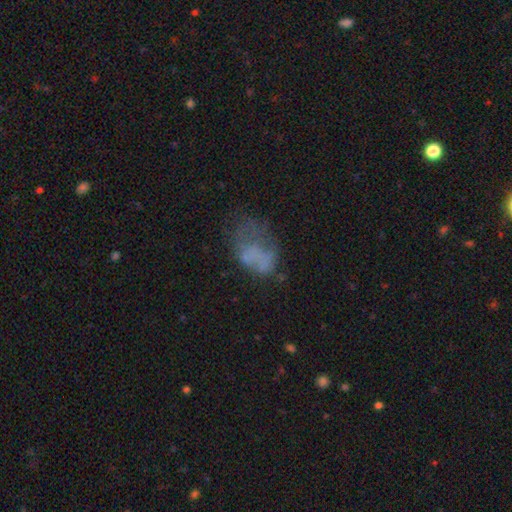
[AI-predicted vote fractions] This appears to be a smooth galaxy with no disk features (47%). Merging: major disturbance (38%).